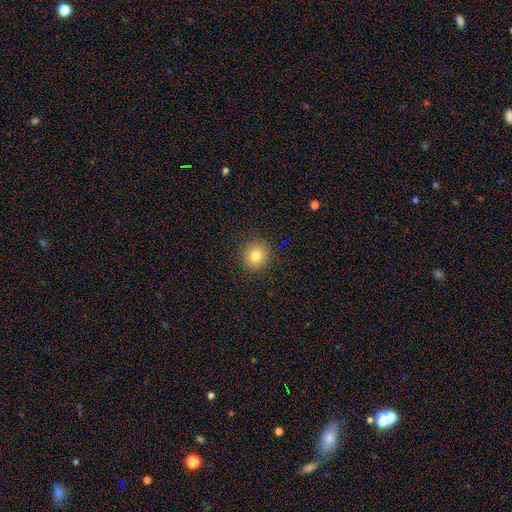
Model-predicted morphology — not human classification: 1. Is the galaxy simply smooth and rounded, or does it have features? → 78% smooth, 13% star or artifact, 9% featured or disk.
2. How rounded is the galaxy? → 89% round, 10% in between, 1% cigar-shaped.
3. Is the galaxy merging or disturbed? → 90% none, 6% minor disturbance, 2% major disturbance, 1% merger.